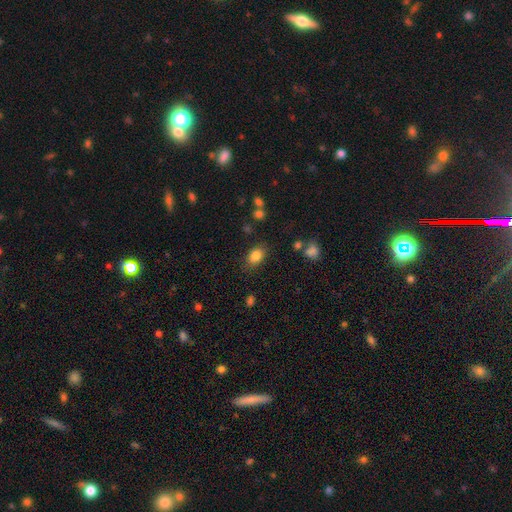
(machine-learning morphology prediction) Overall: smooth (83%). How rounded: in between (78%). Merging: none (81%).